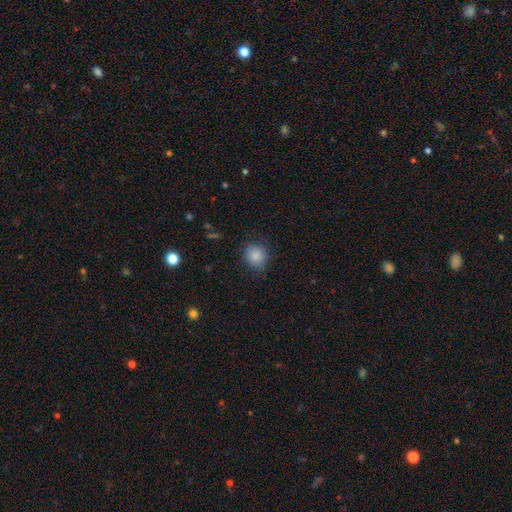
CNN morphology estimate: smooth-or-featured: smooth: 86% | star or artifact: 9% | featured or disk: 4%
  how-rounded: round: 81% | in between: 18% | cigar-shaped: 1%
  merging: none: 83% | minor disturbance: 13% | major disturbance: 3% | merger: 1%